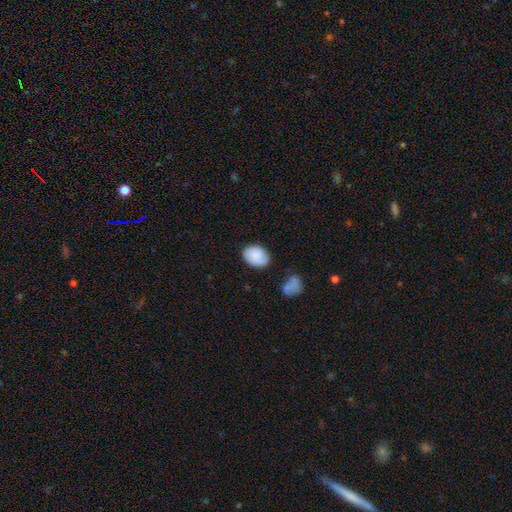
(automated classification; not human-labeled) smooth-or-featured: smooth: 81% | featured or disk: 11% | star or artifact: 7%
  how-rounded: in between: 74% | round: 25% | cigar-shaped: 1%
  merging: none: 72% | minor disturbance: 19% | major disturbance: 5% | merger: 4%